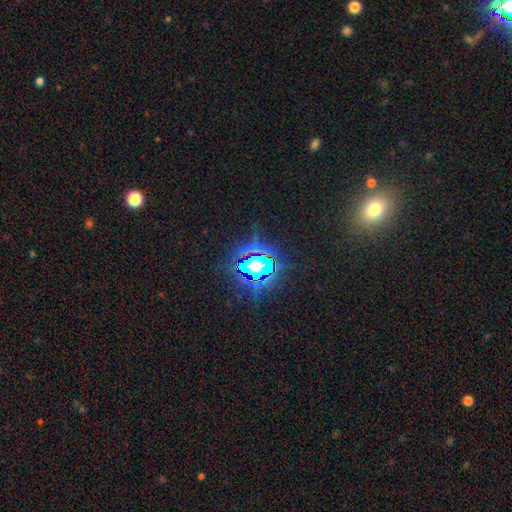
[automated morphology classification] Smooth or featured?
  - star or artifact: 78% *
  - smooth: 13%
  - featured or disk: 8%